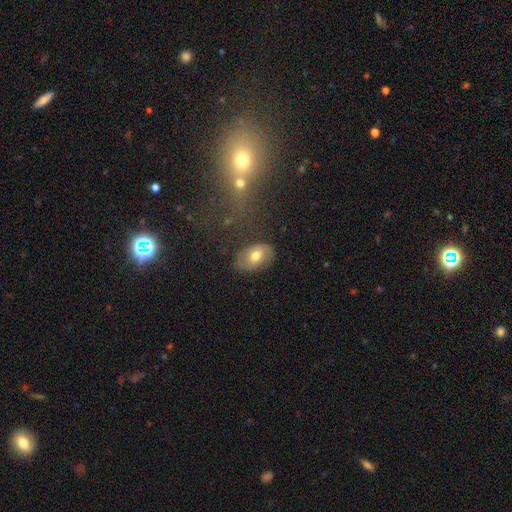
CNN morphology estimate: A smooth galaxy with no disk features (55%) that is in between round and cigar-shaped (88%).

Vote fractions:
- Smooth or featured? smooth: 55% / featured or disk: 36% / star or artifact: 8%
- How rounded? in between: 88% / round: 10% / cigar-shaped: 1%
- Merging? none: 79% / minor disturbance: 15% / major disturbance: 4% / merger: 2%